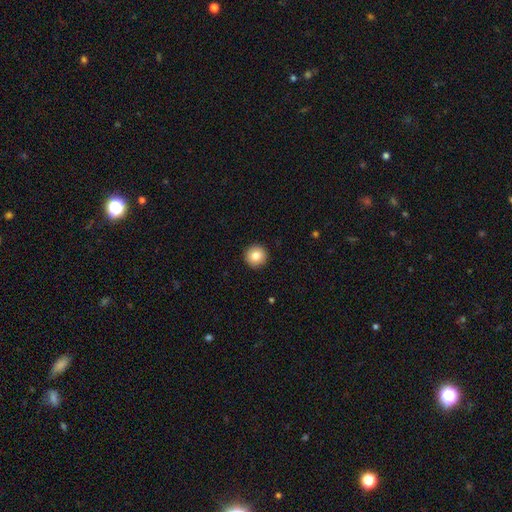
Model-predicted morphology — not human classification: smooth-or-featured: smooth: 83% | star or artifact: 9% | featured or disk: 8%
  how-rounded: round: 96% | in between: 3% | cigar-shaped: 1%
  merging: none: 93% | minor disturbance: 4% | major disturbance: 1% | merger: 1%